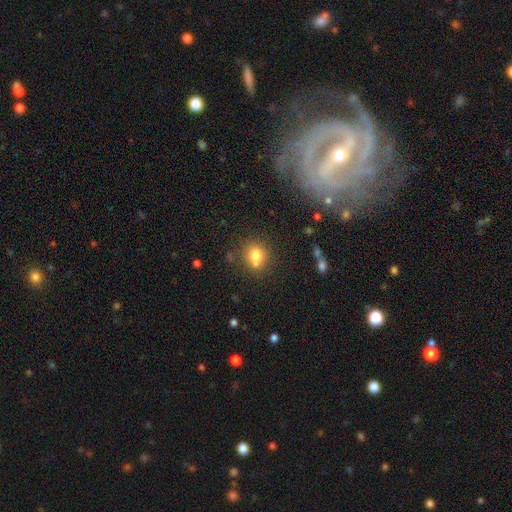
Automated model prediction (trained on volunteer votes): Q: Smooth or featured?
A: smooth (75%); runner-up: featured or disk (13%)
Q: How rounded?
A: round (77%); runner-up: in between (22%)
Q: Merging?
A: none (57%); runner-up: merger (25%)